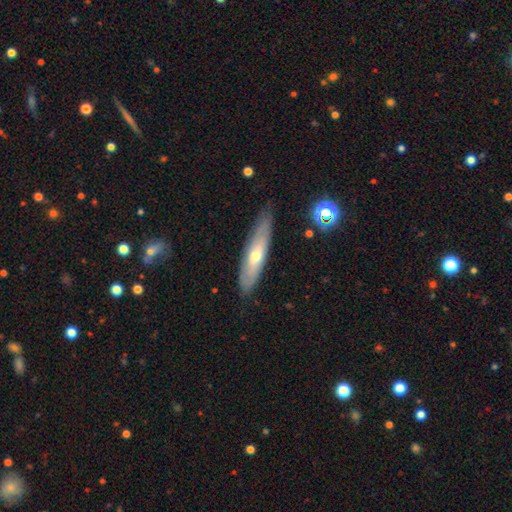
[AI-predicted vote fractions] This appears to be a featured or disk galaxy (55%) viewed edge-on (59%). Merging: none (79%).